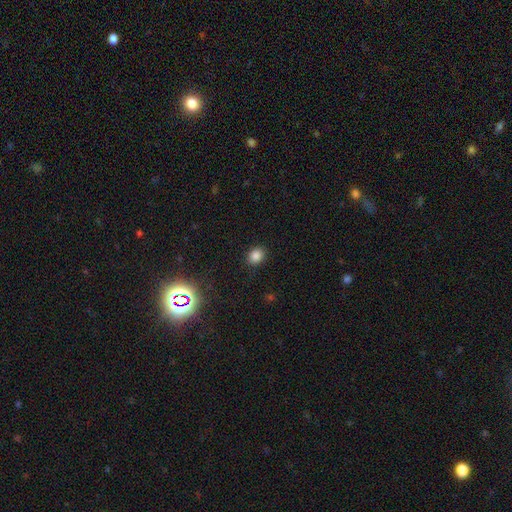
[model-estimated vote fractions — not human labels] smooth-or-featured: smooth: 84% | star or artifact: 12% | featured or disk: 4%
  how-rounded: in between: 52% | round: 47% | cigar-shaped: 1%
  merging: none: 88% | minor disturbance: 8% | major disturbance: 3% | merger: 1%